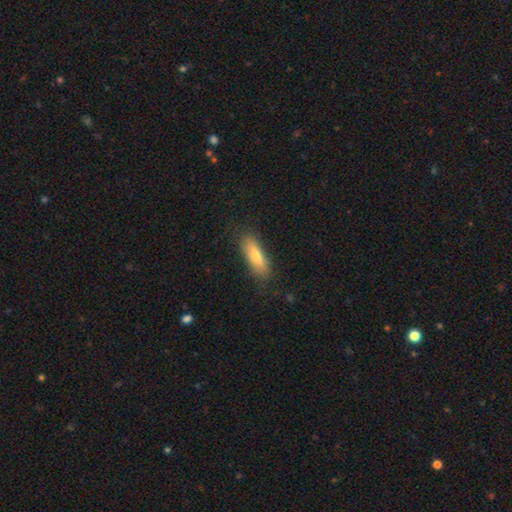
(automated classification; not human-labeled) Smooth or featured?
  - smooth: 74% *
  - featured or disk: 19%
  - star or artifact: 7%
How rounded?
  - cigar-shaped: 52% *
  - in between: 46%
  - round: 2%
Merging?
  - none: 81% *
  - minor disturbance: 14%
  - major disturbance: 4%
  - merger: 1%